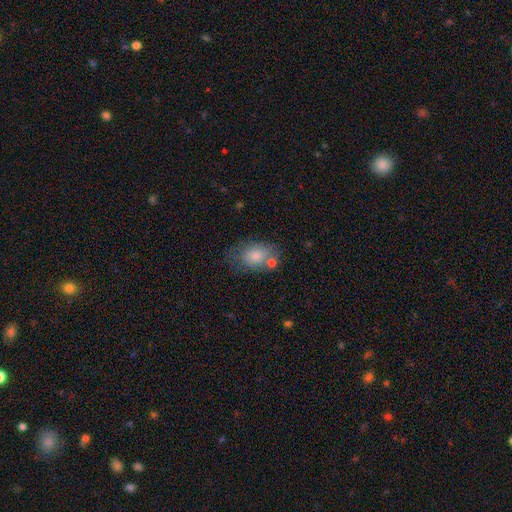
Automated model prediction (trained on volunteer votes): smooth_or_featured: smooth (p=0.76) [alt: featured or disk p=0.15]
how_rounded: in between (p=0.80) [alt: round p=0.19]
merging: none (p=0.54) [alt: minor disturbance p=0.22]